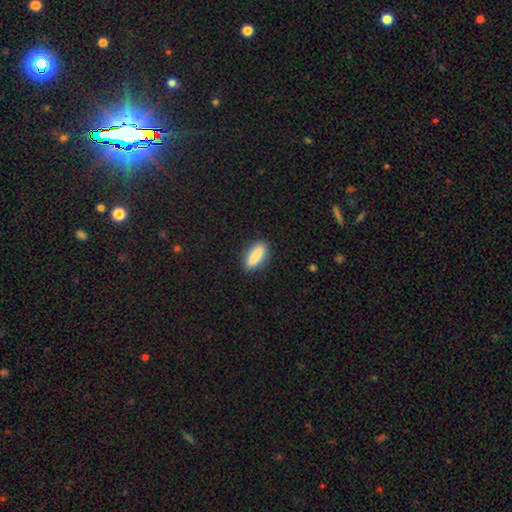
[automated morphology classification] Smooth or featured?
  - smooth: 86% *
  - featured or disk: 8%
  - star or artifact: 7%
How rounded?
  - in between: 60% *
  - cigar-shaped: 37%
  - round: 3%
Merging?
  - none: 87% *
  - minor disturbance: 9%
  - major disturbance: 3%
  - merger: 1%